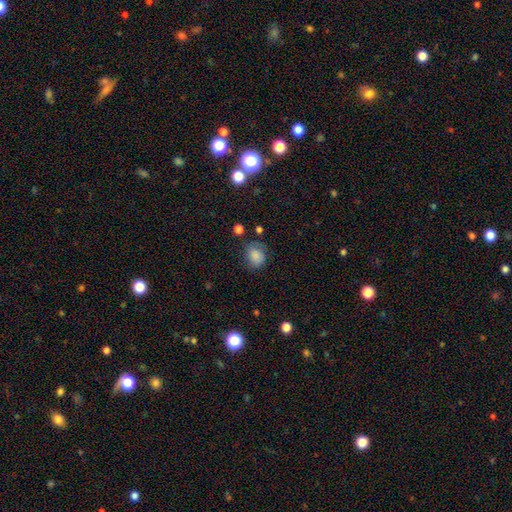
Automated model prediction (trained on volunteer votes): This appears to be a smooth galaxy with no disk features (82%) that is round (52%). Merging: none (62%).